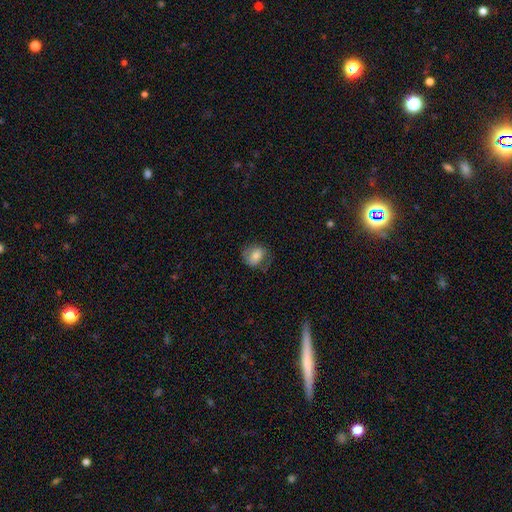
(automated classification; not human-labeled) Smooth or featured: smooth — 68% (featured or disk — 23%)
How rounded: round — 50% (in between — 49%)
Merging: none — 59% (minor disturbance — 24%)